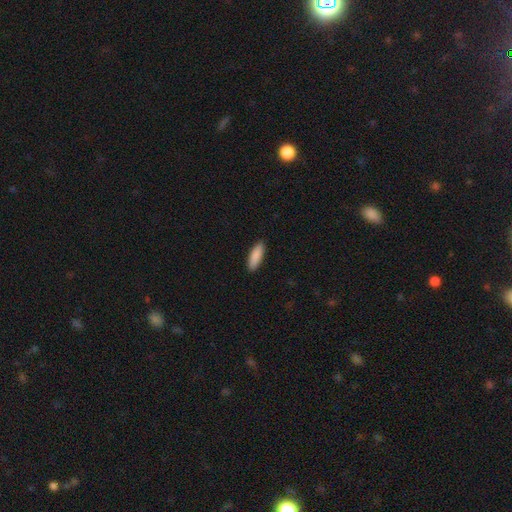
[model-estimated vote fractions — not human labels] smooth_or_featured: smooth (p=0.89) [alt: star or artifact p=0.06]
how_rounded: in between (p=0.54) [alt: cigar-shaped p=0.44]
merging: none (p=0.88) [alt: minor disturbance p=0.09]